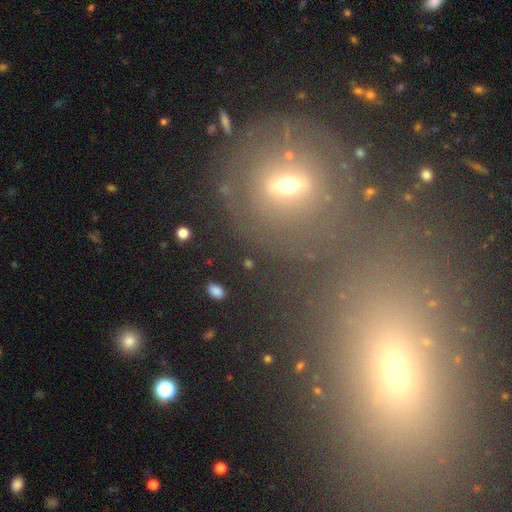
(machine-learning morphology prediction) smooth_or_featured: smooth (p=0.43) [alt: star or artifact p=0.35]
merging: none (p=0.51) [alt: merger p=0.35]